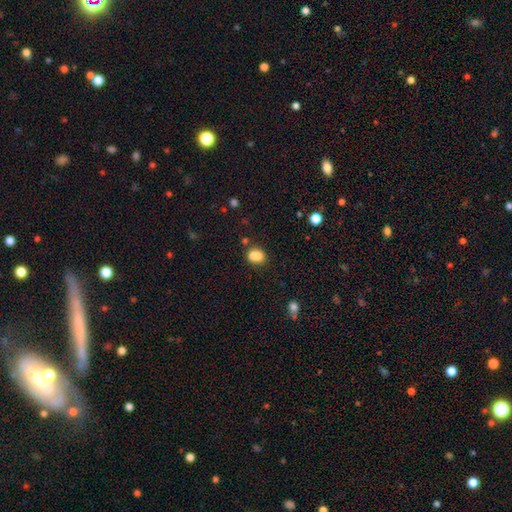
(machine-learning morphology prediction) A smooth galaxy with no disk features (79%) that is in between round and cigar-shaped (49%, tied with round).

Vote fractions:
- Smooth or featured? smooth: 79% / star or artifact: 11% / featured or disk: 11%
- How rounded? in between: 49% (tied) / round: 49% (tied) / cigar-shaped: 1%
- Merging? none: 47% / merger: 36% / minor disturbance: 13% / major disturbance: 4%